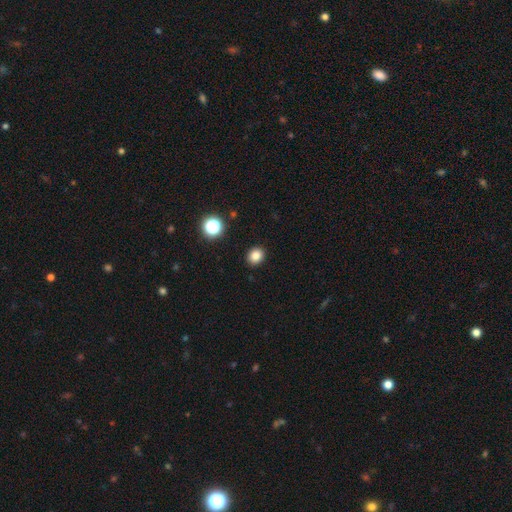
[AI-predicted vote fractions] Smooth or featured: smooth — 83% (star or artifact — 12%)
How rounded: round — 70% (in between — 29%)
Merging: none — 92% (minor disturbance — 5%)